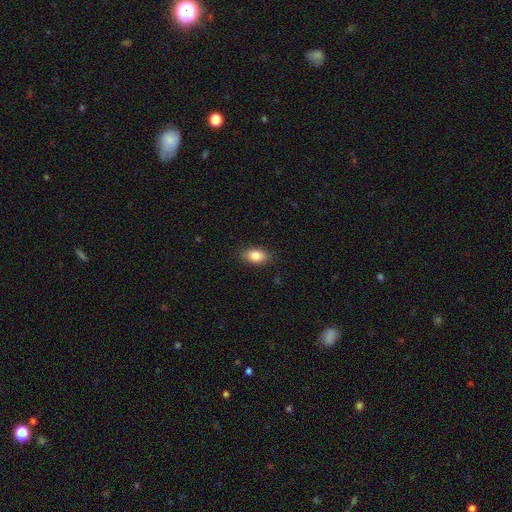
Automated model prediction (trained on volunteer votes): The model was most divided on "smooth or featured": smooth: 85%, star or artifact: 8%, featured or disk: 8%. More confident: how rounded — in between (88%); merging — none (87%).